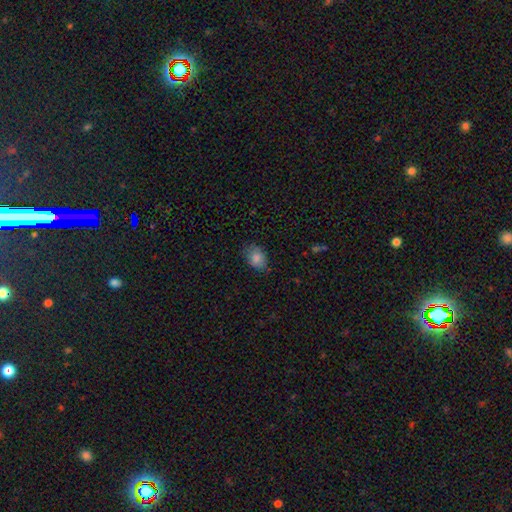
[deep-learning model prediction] Overall: smooth (82%). How rounded: in between (71%). Merging: none (79%).